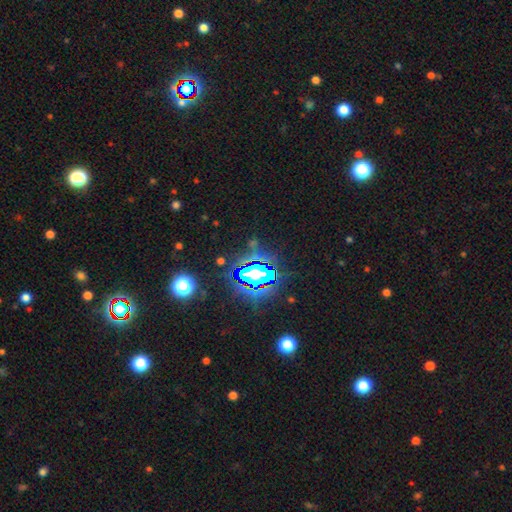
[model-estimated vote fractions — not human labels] smooth_or_featured: star or artifact (p=0.82) [alt: smooth p=0.12]